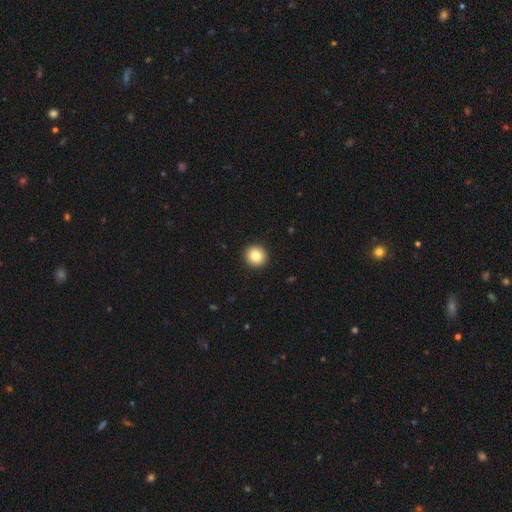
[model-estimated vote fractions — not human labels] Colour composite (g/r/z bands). It shows a smooth galaxy with no disk features (85%) that is round (92%). Merging: none (93%).